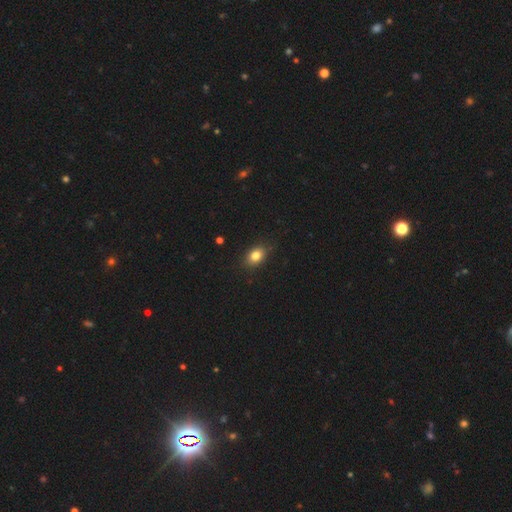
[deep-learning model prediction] smooth-or-featured: smooth: 82% | star or artifact: 10% | featured or disk: 8%
  how-rounded: in between: 74% | round: 25% | cigar-shaped: 2%
  merging: none: 85% | minor disturbance: 12% | major disturbance: 2% | merger: 1%